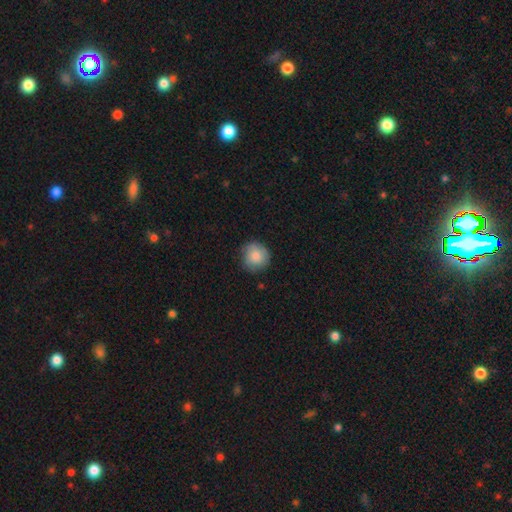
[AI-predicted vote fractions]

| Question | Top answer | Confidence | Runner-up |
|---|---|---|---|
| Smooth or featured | smooth | 83% | featured or disk (9%) |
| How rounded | round | 93% | in between (6%) |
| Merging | none | 79% | minor disturbance (17%) |